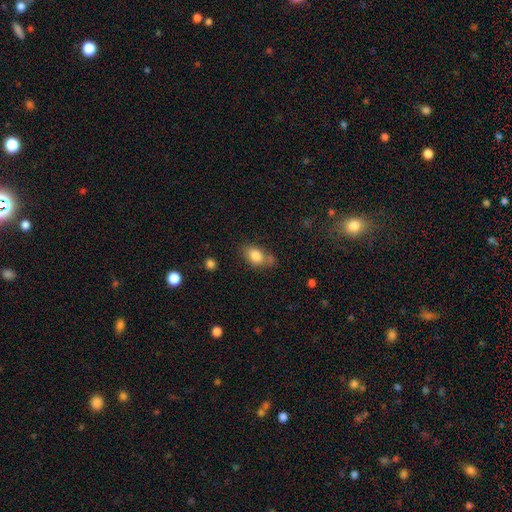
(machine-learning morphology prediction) A smooth galaxy with no disk features (82%) that is in between round and cigar-shaped (76%).

Vote fractions:
- Smooth or featured? smooth: 82% / star or artifact: 9% / featured or disk: 9%
- How rounded? in between: 76% / round: 22% / cigar-shaped: 2%
- Merging? none: 53% / minor disturbance: 22% / merger: 18% / major disturbance: 8%